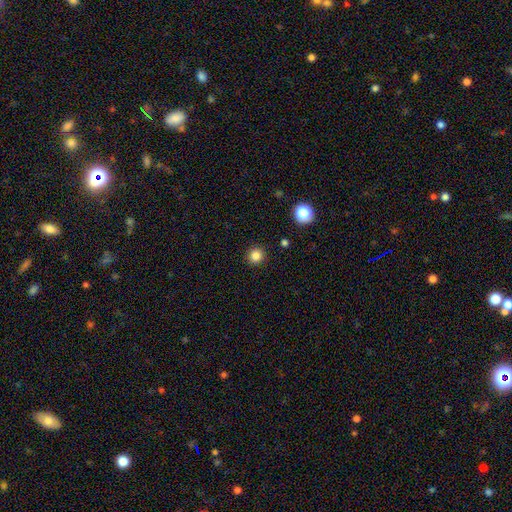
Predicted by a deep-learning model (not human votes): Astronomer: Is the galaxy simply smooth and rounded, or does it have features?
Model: smooth — 84%.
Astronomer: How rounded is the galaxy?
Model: round — 93%.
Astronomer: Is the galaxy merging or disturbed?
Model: none — 91%.